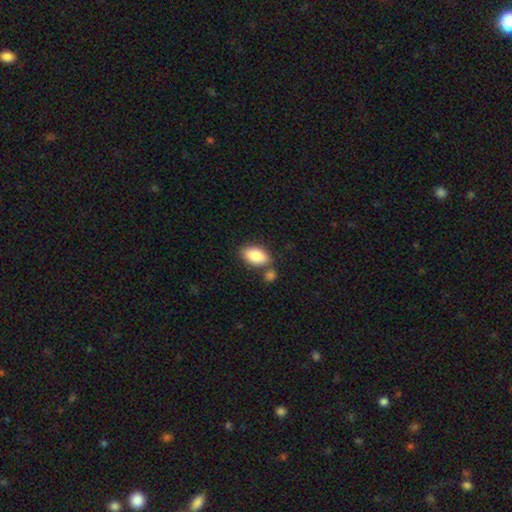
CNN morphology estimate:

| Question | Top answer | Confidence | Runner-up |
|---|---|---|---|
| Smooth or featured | smooth | 87% | featured or disk (7%) |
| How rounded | in between | 92% | round (6%) |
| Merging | none | 66% | merger (17%) |